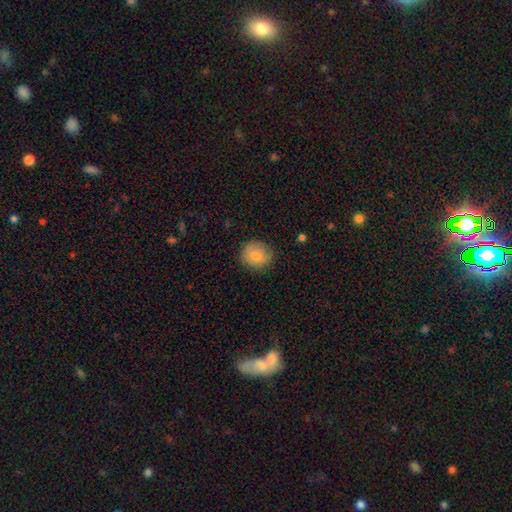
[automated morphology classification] Smooth or featured: smooth — 79% (featured or disk — 13%)
How rounded: round — 86% (in between — 13%)
Merging: none — 79% (minor disturbance — 17%)